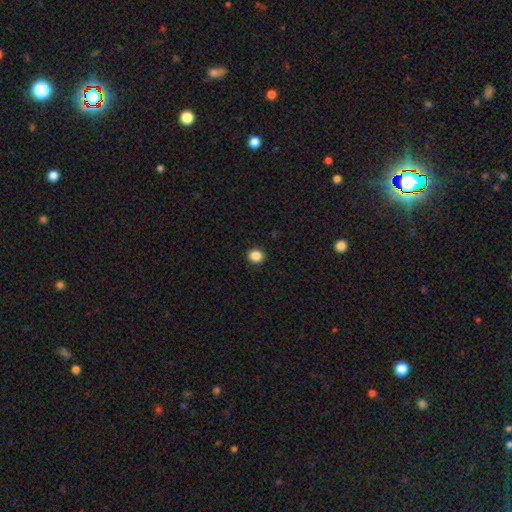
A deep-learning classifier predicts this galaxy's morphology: This is clearly a smooth galaxy (87%). How rounded: clearly round (84%). Merging: clearly none (93%).